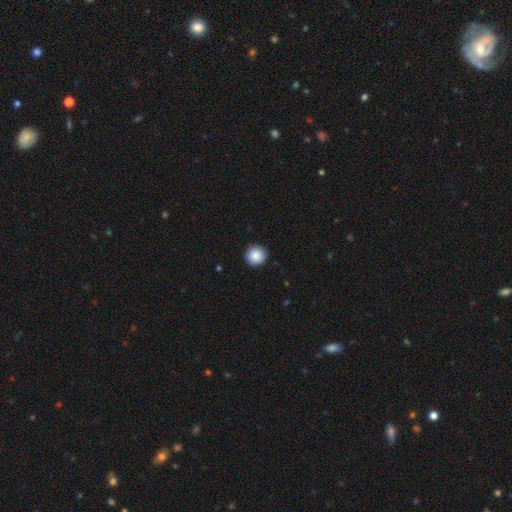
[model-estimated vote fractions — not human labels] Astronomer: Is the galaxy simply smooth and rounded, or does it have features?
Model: smooth — 88%.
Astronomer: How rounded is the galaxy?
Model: round — 94%.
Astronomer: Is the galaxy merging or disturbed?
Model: none — 90%.